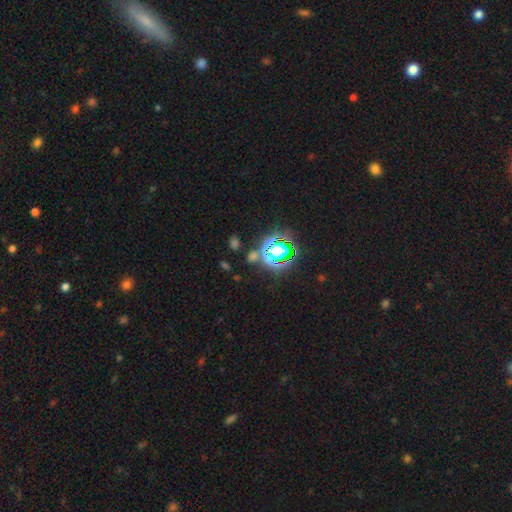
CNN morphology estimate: type=star or artifact (71%).